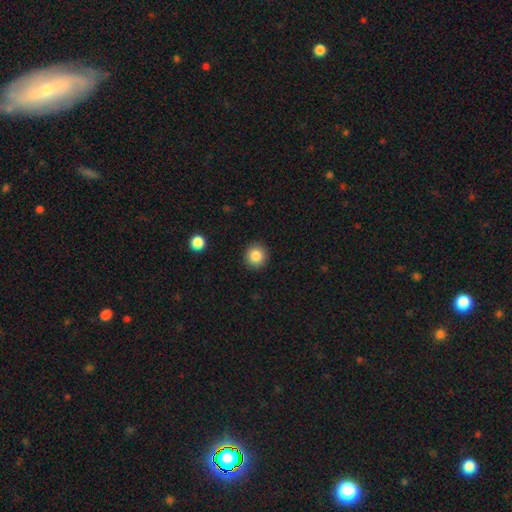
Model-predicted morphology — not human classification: Smooth or featured? smooth (85%)
How rounded? round (94%)
Merging? none (92%)